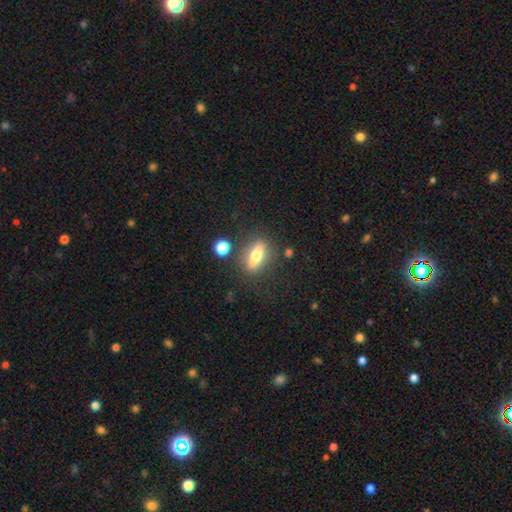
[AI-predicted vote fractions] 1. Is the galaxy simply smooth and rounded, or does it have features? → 56% smooth, 35% featured or disk, 9% star or artifact.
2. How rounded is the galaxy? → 52% in between, 41% cigar-shaped, 7% round.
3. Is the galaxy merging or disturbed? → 80% none, 11% minor disturbance, 5% major disturbance, 5% merger.